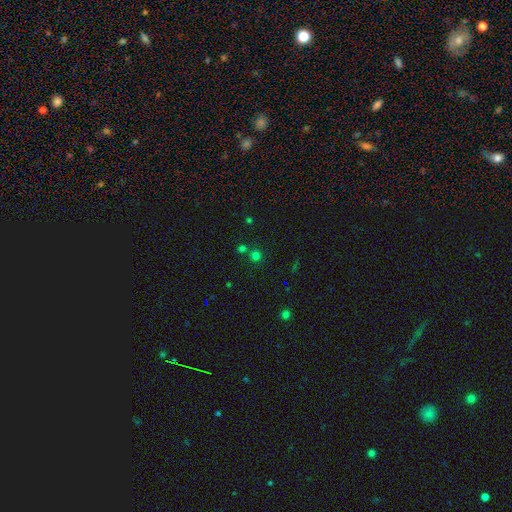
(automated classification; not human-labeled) This is likely a smooth galaxy (62%). How rounded: clearly round (91%). Merging: likely none (72%).